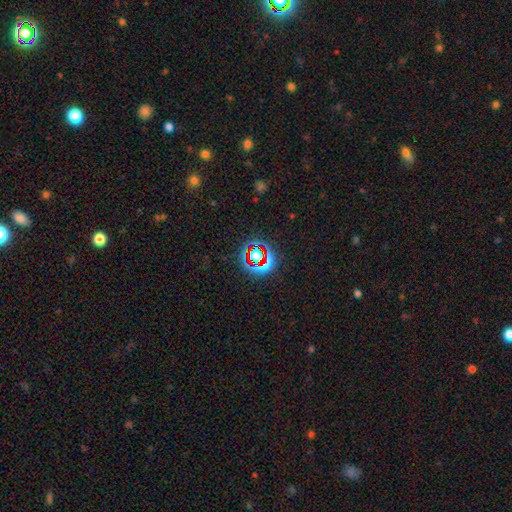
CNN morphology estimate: star or artifact 74%, smooth 17%, featured or disk 10%.